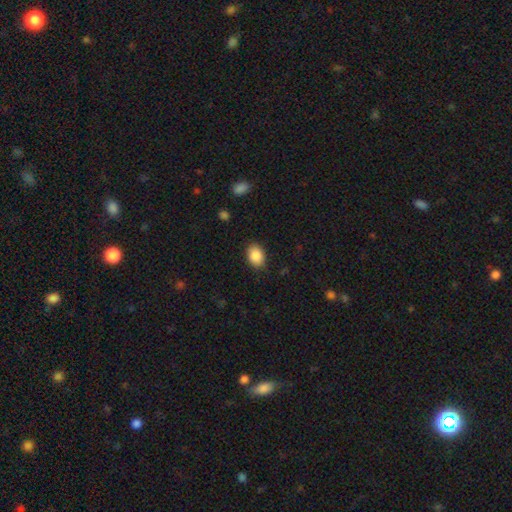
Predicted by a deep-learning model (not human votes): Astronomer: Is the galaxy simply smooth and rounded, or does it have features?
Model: smooth — 88%.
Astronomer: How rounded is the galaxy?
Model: in between — 80%.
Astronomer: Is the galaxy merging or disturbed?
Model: none — 86%.